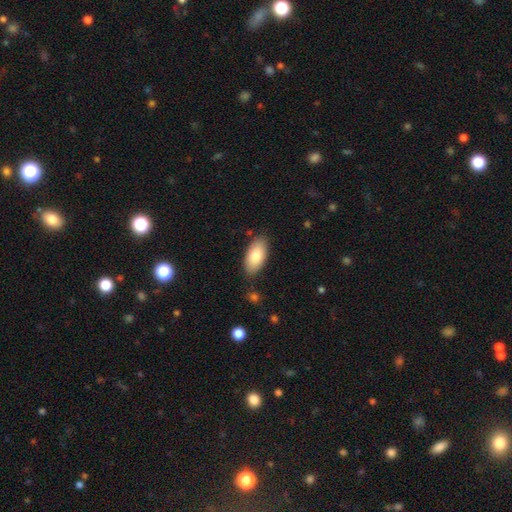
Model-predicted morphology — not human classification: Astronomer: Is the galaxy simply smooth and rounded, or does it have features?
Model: smooth — 81%.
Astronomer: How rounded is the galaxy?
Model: in between — 93%.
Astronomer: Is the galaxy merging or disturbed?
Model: none — 83%.